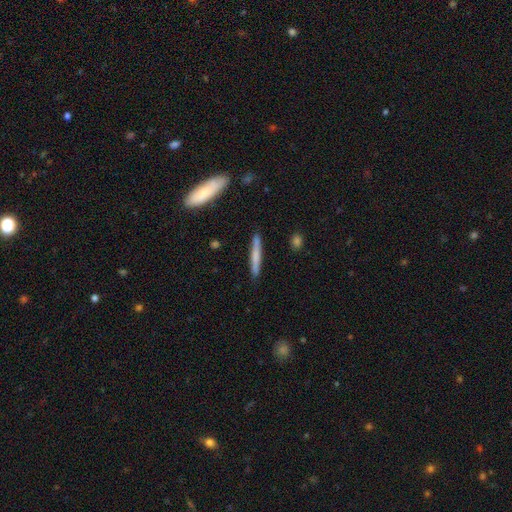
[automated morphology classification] smooth 64%, featured or disk 31%, star or artifact 6%. Down the decision tree: how rounded — cigar-shaped (94%); merging — none (87%).